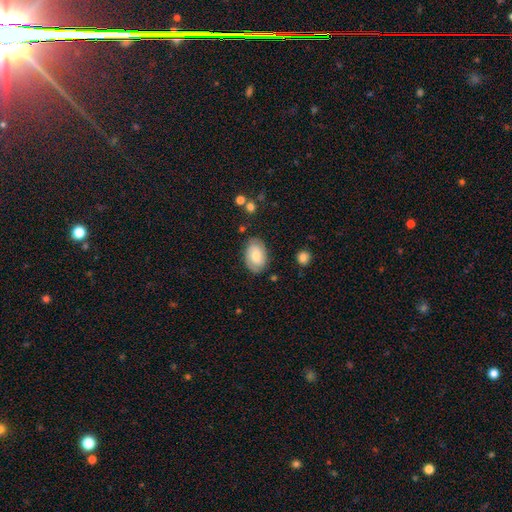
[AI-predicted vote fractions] Smooth or featured? smooth (59%)
How rounded? in between (88%)
Merging? none (80%)